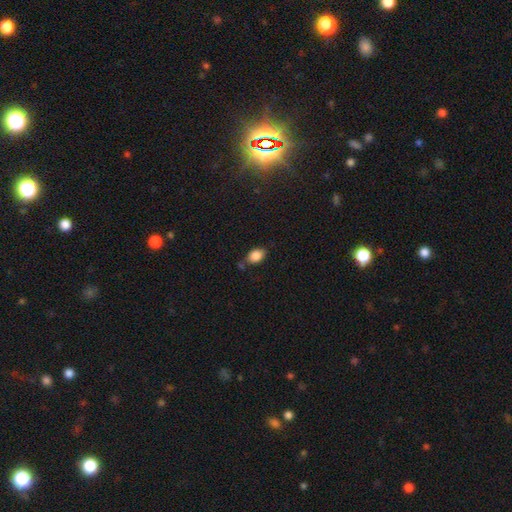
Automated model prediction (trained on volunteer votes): A smooth galaxy with no disk features (86%) that is in between round and cigar-shaped (80%). Merging: none (66%).